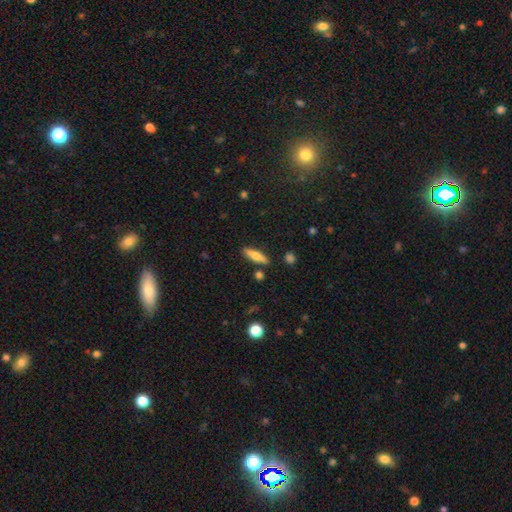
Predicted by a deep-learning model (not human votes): This appears to be a smooth galaxy with no disk features (53%) that is cigar-shaped (69%). Merging: none (86%).